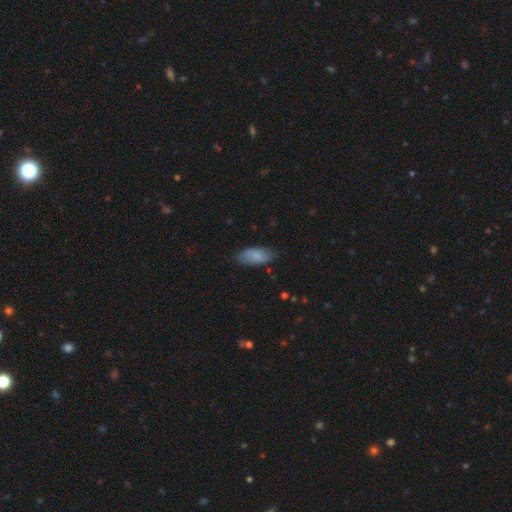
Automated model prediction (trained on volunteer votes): Overall: smooth (85%). How rounded: in between (89%). Merging: none (78%).